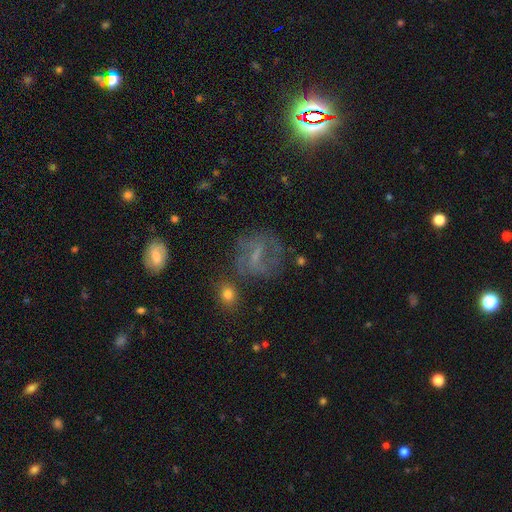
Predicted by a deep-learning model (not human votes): featured or disk 57%, smooth 25%, star or artifact 18%. Down the decision tree: edge-on disk — no (96%); bar — weak (48%); spiral arms — yes (67%); bulge size — small (43%); merging — none (59%).